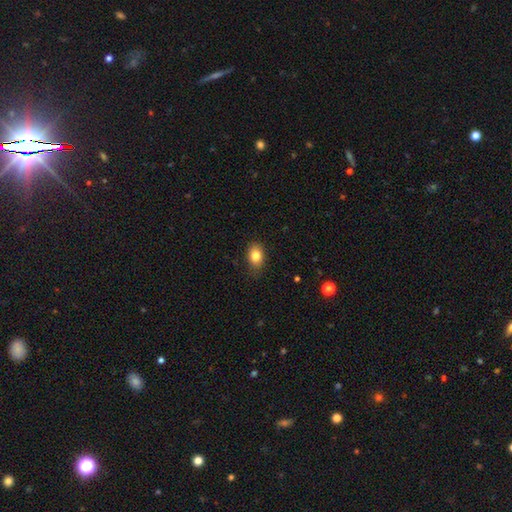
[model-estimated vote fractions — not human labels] Smooth or featured: smooth — 82% (star or artifact — 10%)
How rounded: in between — 77% (round — 22%)
Merging: none — 81% (minor disturbance — 15%)